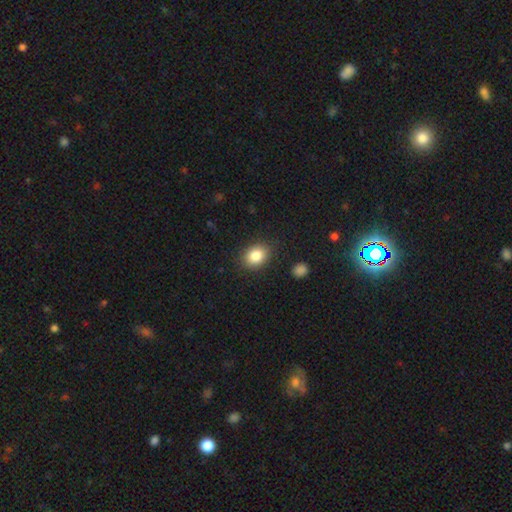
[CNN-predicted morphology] Smooth or featured? smooth (85%)
How rounded? in between (66%)
Merging? none (86%)